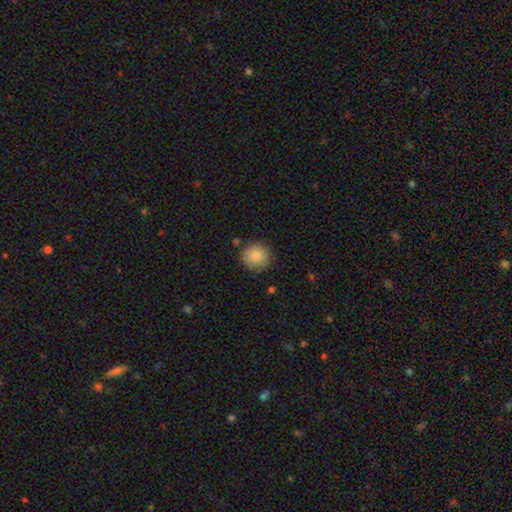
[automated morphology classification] A smooth galaxy with no disk features (87%) that is round (90%).

Vote fractions:
- Smooth or featured? smooth: 87% / star or artifact: 8% / featured or disk: 5%
- How rounded? round: 90% / in between: 9% / cigar-shaped: 1%
- Merging? none: 85% / minor disturbance: 10% / major disturbance: 3% / merger: 2%